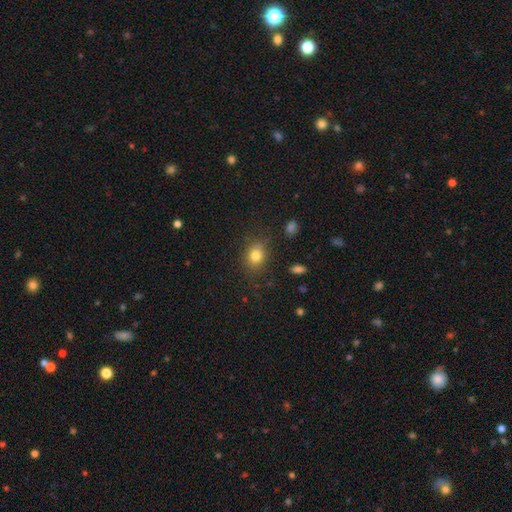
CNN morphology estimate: type=smooth (81%); roundness=round (53%); merging=none (80%).